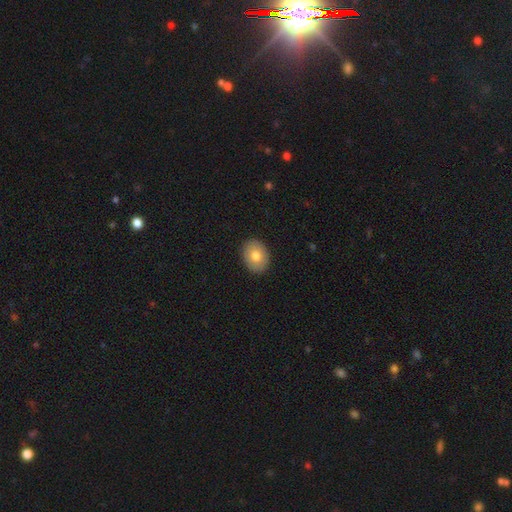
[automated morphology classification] Smooth or featured?
  - smooth: 77% *
  - featured or disk: 16%
  - star or artifact: 7%
How rounded?
  - in between: 60% *
  - round: 39%
  - cigar-shaped: 1%
Merging?
  - none: 90% *
  - minor disturbance: 7%
  - major disturbance: 2%
  - merger: 1%